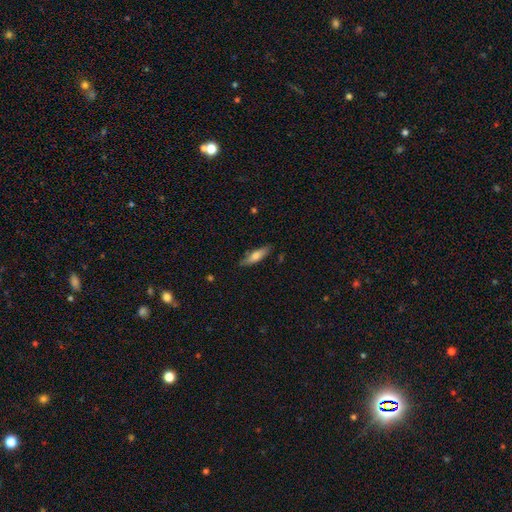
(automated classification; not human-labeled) A smooth galaxy with no disk features (68%) that is cigar-shaped (60%).

Vote fractions:
- Smooth or featured? smooth: 68% / featured or disk: 26% / star or artifact: 6%
- How rounded? cigar-shaped: 60% / in between: 39% / round: 2%
- Merging? none: 80% / minor disturbance: 15% / major disturbance: 3% / merger: 2%